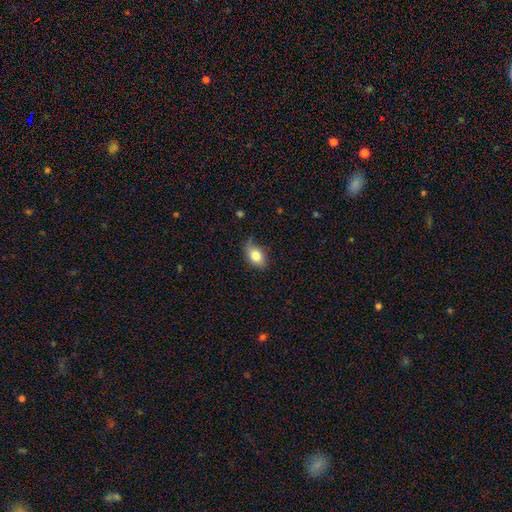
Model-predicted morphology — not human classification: Overall: smooth (80%). How rounded: in between (85%). Merging: none (67%).